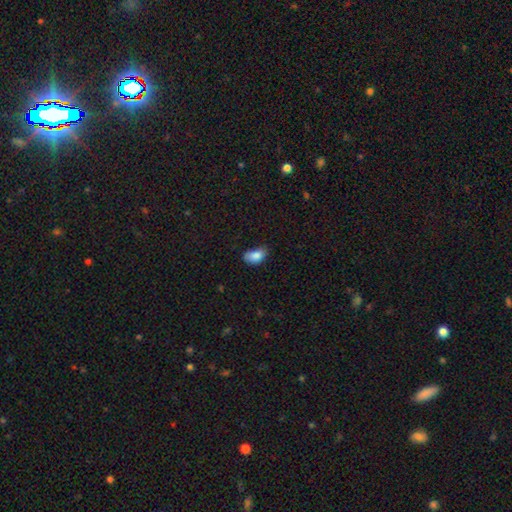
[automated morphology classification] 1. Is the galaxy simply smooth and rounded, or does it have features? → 85% smooth, 9% star or artifact, 7% featured or disk.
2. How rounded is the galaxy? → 88% in between, 11% round, 2% cigar-shaped.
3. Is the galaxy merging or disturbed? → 50% none, 39% minor disturbance, 9% major disturbance, 2% merger.